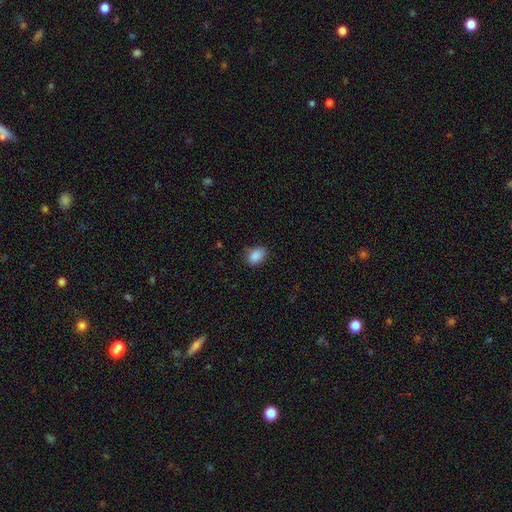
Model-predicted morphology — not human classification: Smooth or featured? smooth (88%)
How rounded? in between (81%)
Merging? none (81%)